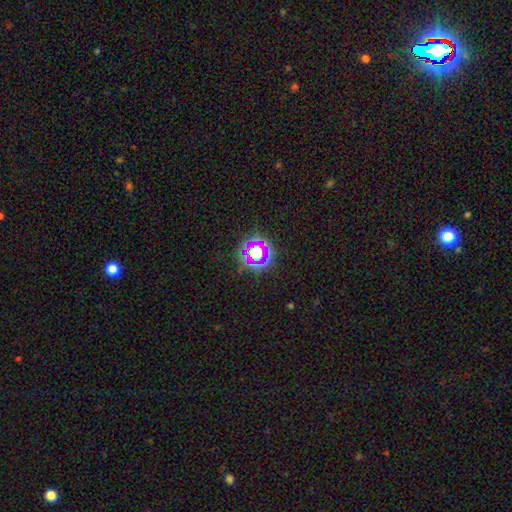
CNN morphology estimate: The model was most divided on "smooth or featured": star or artifact: 60%, smooth: 28%, featured or disk: 13%.